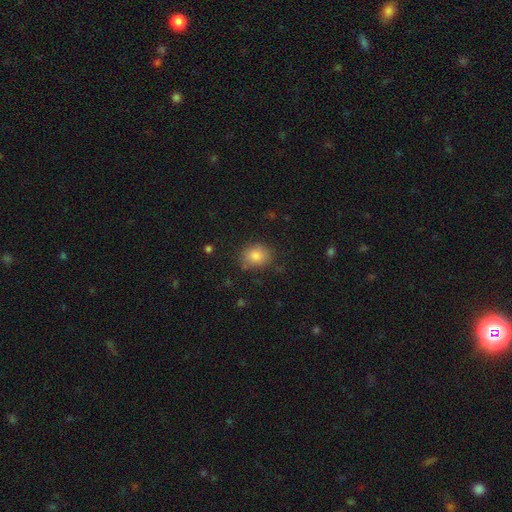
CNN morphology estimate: Smooth or featured?
  - smooth: 84% *
  - star or artifact: 9%
  - featured or disk: 6%
How rounded?
  - round: 50% *
  - in between: 49%
  - cigar-shaped: 1%
Merging?
  - none: 77% *
  - minor disturbance: 17%
  - major disturbance: 5%
  - merger: 2%